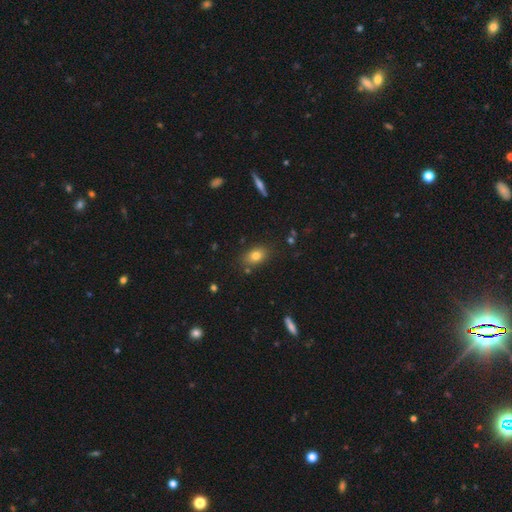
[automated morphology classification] A smooth galaxy with no disk features (78%) that is in between round and cigar-shaped (77%). Merging: none (81%).